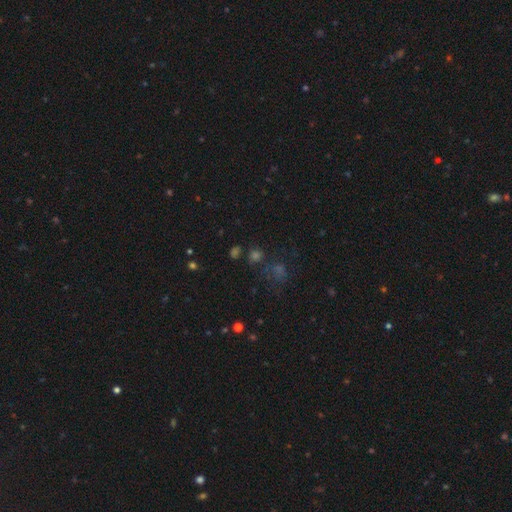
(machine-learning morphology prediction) Overall: star or artifact (47%; smooth 42%).